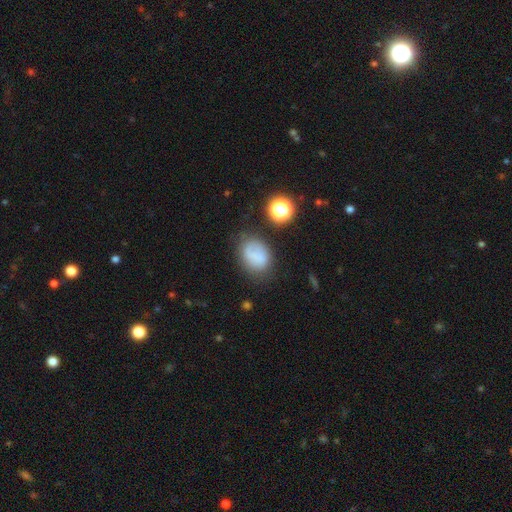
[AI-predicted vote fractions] Smooth or featured: smooth — 67% (featured or disk — 20%)
How rounded: in between — 60% (round — 38%)
Merging: none — 61% (minor disturbance — 23%)